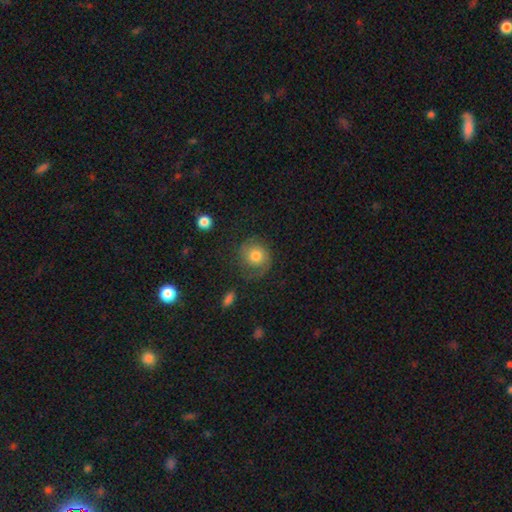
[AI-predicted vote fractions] This appears to be a smooth galaxy with no disk features (51%) that is round (83%). Merging: none (60%).